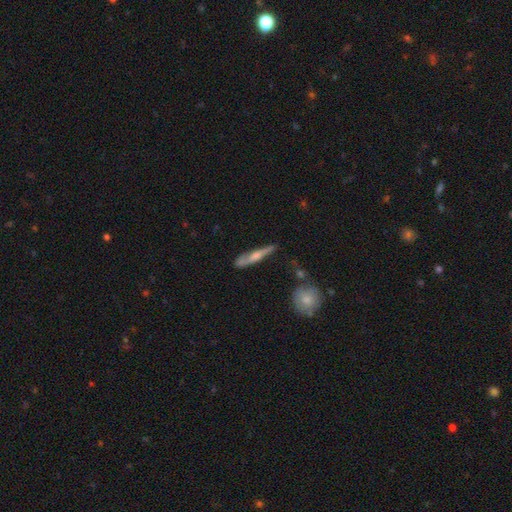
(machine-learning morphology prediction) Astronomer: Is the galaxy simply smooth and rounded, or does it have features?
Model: featured or disk — 59% (runner-up: smooth, 34%).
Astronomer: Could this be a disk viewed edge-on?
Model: yes — 88%.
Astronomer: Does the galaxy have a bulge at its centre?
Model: rounded — 74%.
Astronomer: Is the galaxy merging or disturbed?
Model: none — 72%.